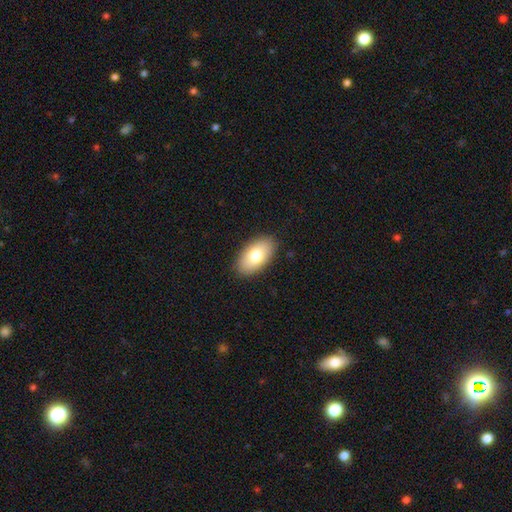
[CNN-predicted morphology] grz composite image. It shows a smooth galaxy with no disk features (77%) that is in between round and cigar-shaped (94%). Merging: none (88%).